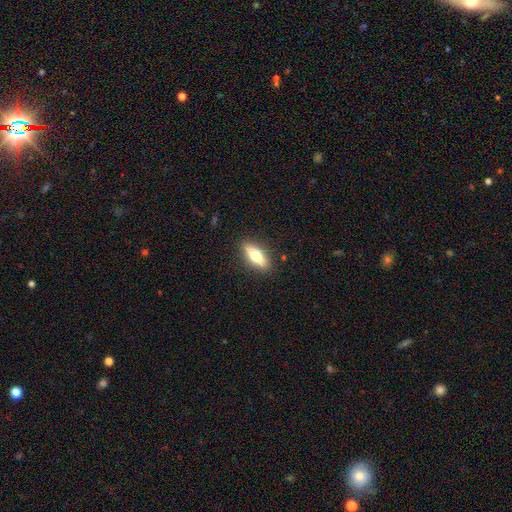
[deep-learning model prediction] smooth_or_featured: smooth (p=0.60) [alt: featured or disk p=0.33]
how_rounded: in between (p=0.57) [alt: cigar-shaped p=0.40]
merging: none (p=0.88) [alt: minor disturbance p=0.09]